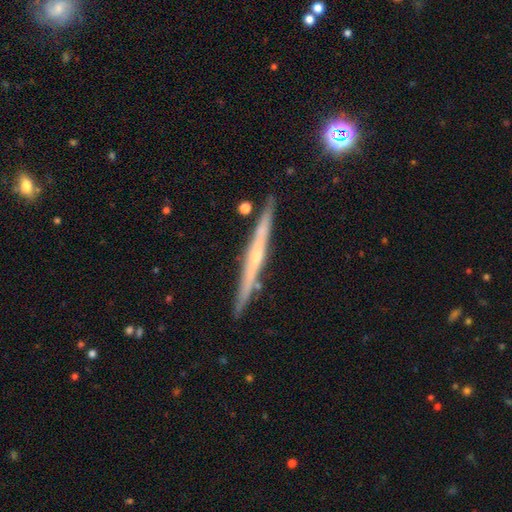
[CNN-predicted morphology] Q: Smooth or featured?
A: featured or disk (72%); runner-up: smooth (21%)
Q: Edge-on disk?
A: yes (97%); runner-up: no (3%)
Q: Edge-on bulge?
A: rounded (50%); runner-up: none (46%)
Q: Merging?
A: none (88%); runner-up: minor disturbance (8%)